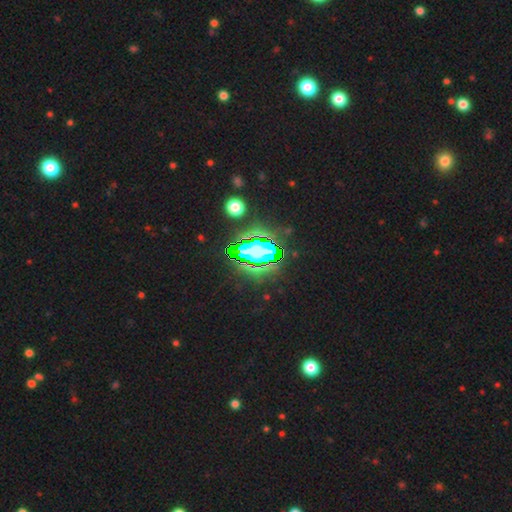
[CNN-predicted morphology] Smooth or featured? star or artifact (59%)